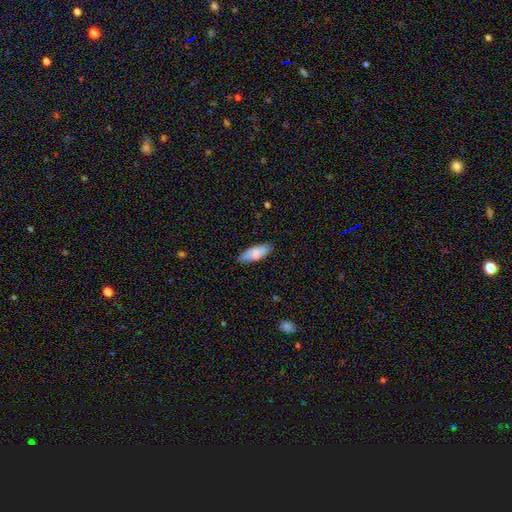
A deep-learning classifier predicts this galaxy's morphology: Smooth or featured? Predicted: smooth (p=0.80). How rounded? Predicted: in between (p=0.70). Merging? Predicted: none (p=0.82).